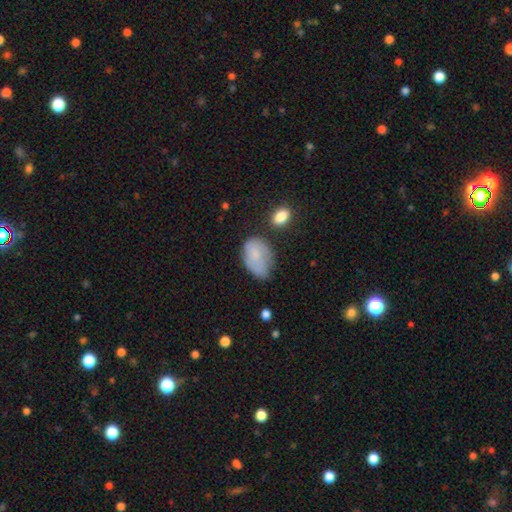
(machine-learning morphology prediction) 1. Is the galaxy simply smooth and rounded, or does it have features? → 72% smooth, 20% featured or disk, 9% star or artifact.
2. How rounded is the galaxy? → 86% in between, 13% round, 1% cigar-shaped.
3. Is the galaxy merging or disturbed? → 41% minor disturbance, 38% none, 16% major disturbance, 5% merger.